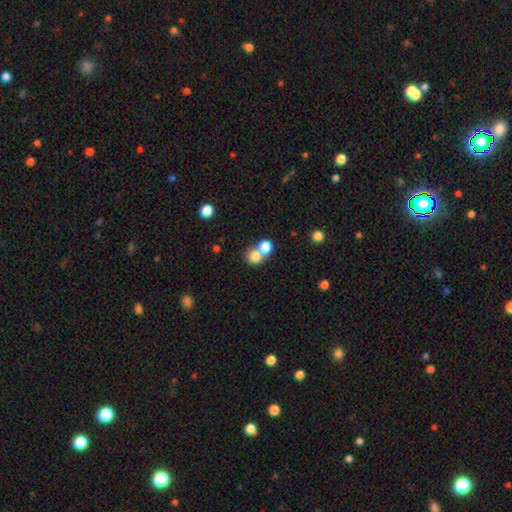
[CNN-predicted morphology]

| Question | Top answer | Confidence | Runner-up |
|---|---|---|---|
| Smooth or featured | smooth | 77% | star or artifact (12%) |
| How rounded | round | 80% | in between (19%) |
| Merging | merger | 50% | none (40%) |